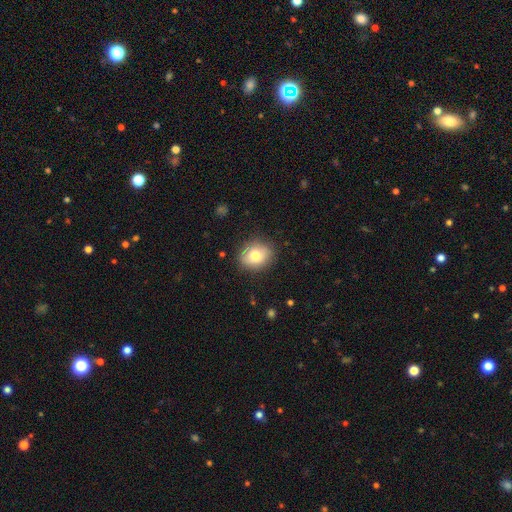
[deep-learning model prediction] This is likely a smooth galaxy (76%). How rounded: possibly round (58%). Merging: clearly none (85%).